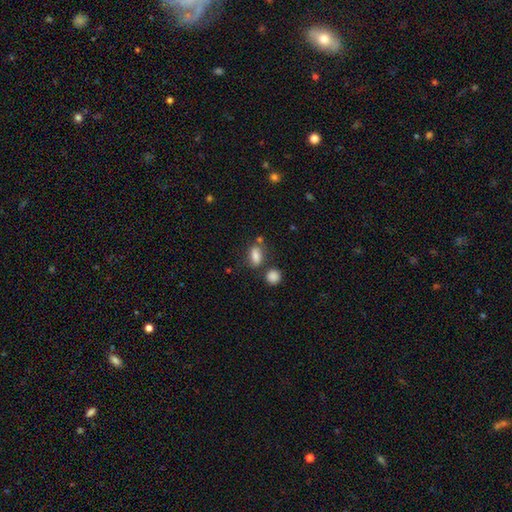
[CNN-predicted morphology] Overall: smooth (82%). How rounded: in between (79%). Merging: none (65%).